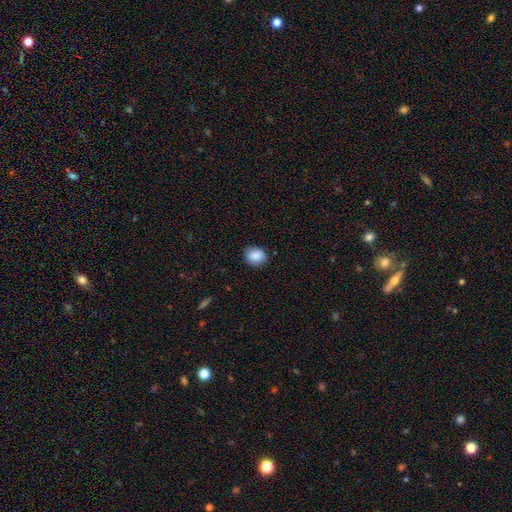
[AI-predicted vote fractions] This is clearly a smooth galaxy (86%). How rounded: likely round (68%). Merging: clearly none (85%).